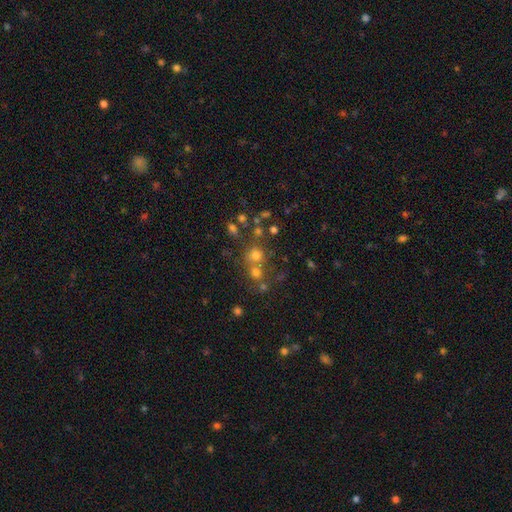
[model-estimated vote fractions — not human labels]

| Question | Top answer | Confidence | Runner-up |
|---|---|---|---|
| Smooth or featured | smooth | 58% | star or artifact (27%) |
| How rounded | round | 86% | in between (13%) |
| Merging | none | 54% | merger (33%) |